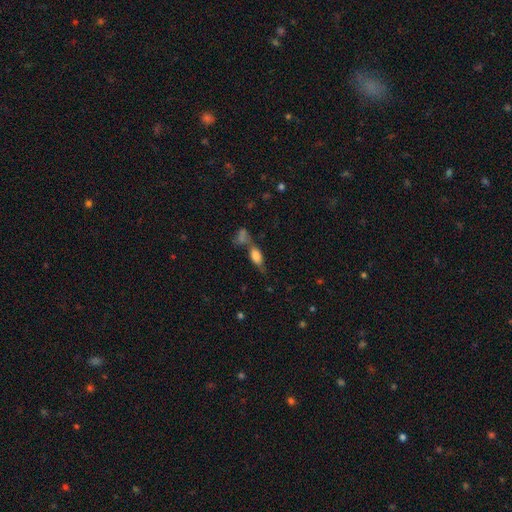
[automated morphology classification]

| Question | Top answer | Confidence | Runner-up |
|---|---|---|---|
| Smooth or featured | smooth | 68% | featured or disk (21%) |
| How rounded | in between | 77% | cigar-shaped (17%) |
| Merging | merger | 40% | none (37%) |